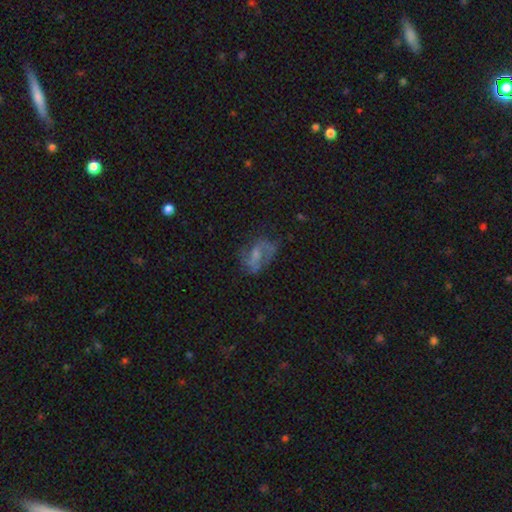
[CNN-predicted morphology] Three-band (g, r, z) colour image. It shows a featured or disk galaxy (61%) with a weak bar (44%), spiral arms (75%) and a small central bulge (45%). Merging: none (56%).